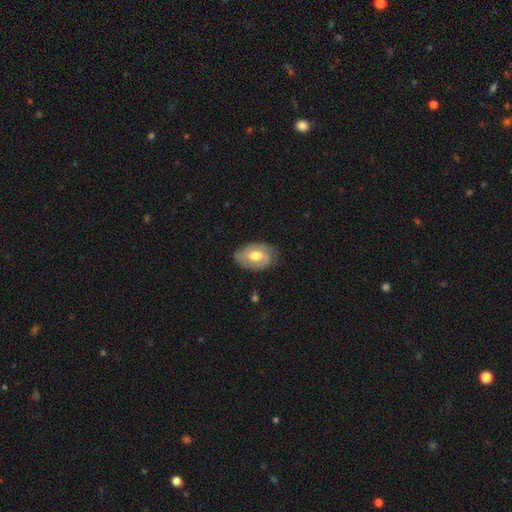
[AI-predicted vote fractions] Smooth or featured? Predicted: featured or disk (p=0.66). Edge-on disk? Predicted: no (p=0.95). Bar? Predicted: no (p=0.56). Spiral arms? Predicted: yes (p=0.79). Bulge size? Predicted: moderate (p=0.72). Merging? Predicted: none (p=0.76).